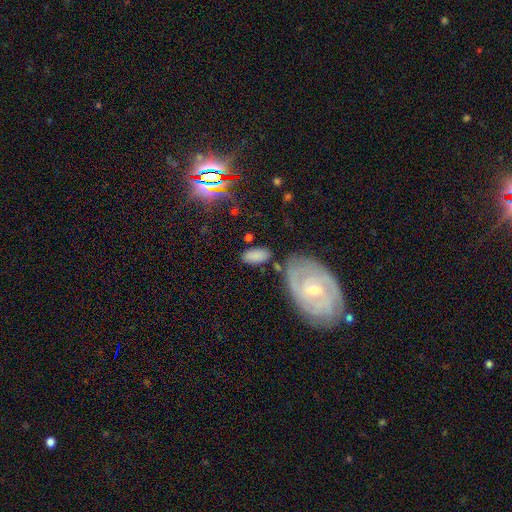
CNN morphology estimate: smooth-or-featured: smooth: 79% | featured or disk: 12% | star or artifact: 8%
  how-rounded: in between: 93% | cigar-shaped: 4% | round: 3%
  merging: none: 69% | minor disturbance: 16% | merger: 8% | major disturbance: 7%